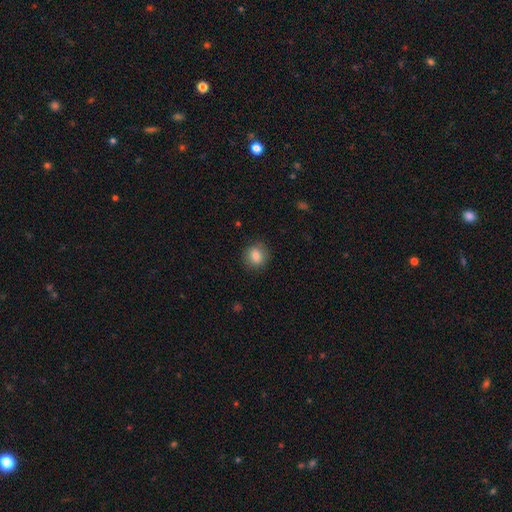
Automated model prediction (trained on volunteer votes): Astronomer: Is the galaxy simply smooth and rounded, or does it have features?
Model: smooth — 84%.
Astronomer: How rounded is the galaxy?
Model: round — 70%.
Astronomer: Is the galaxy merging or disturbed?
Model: none — 85%.